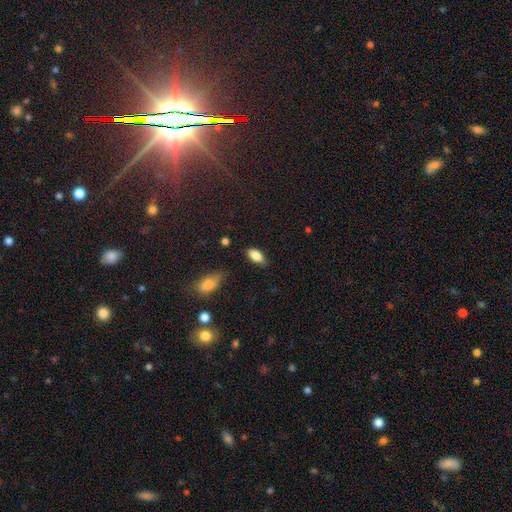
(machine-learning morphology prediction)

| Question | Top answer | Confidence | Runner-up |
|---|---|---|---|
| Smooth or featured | smooth | 83% | featured or disk (10%) |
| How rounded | in between | 89% | cigar-shaped (8%) |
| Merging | none | 78% | minor disturbance (17%) |